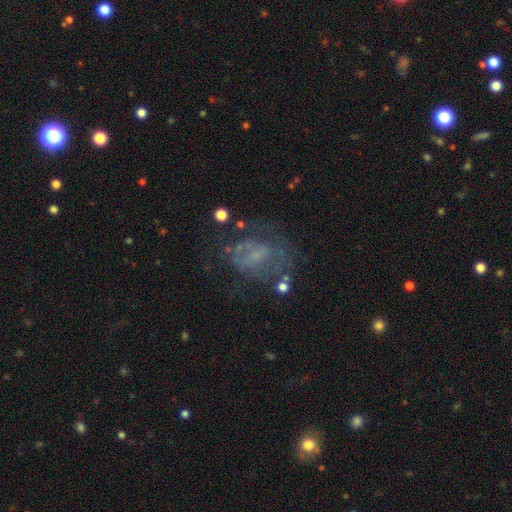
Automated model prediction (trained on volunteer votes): featured or disk 52%, smooth 30%, star or artifact 18%. Down the decision tree: edge-on disk — no (97%); bar — no (68%); spiral arms — no (64%); bulge size — none (52%); merging — none (43%).